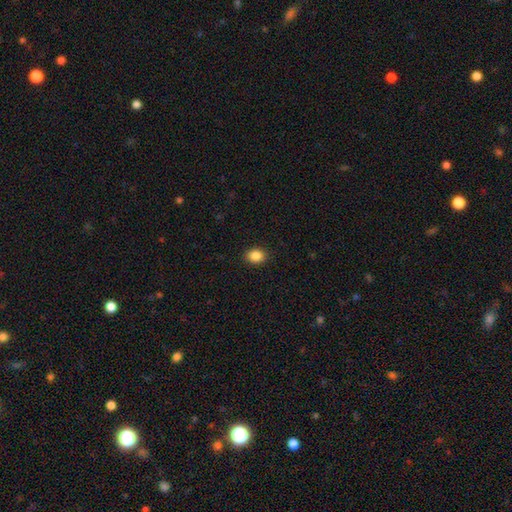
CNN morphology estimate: Smooth or featured?
  - smooth: 87% *
  - star or artifact: 9%
  - featured or disk: 4%
How rounded?
  - in between: 54% *
  - round: 45%
  - cigar-shaped: 1%
Merging?
  - none: 90% *
  - minor disturbance: 7%
  - major disturbance: 2%
  - merger: 1%